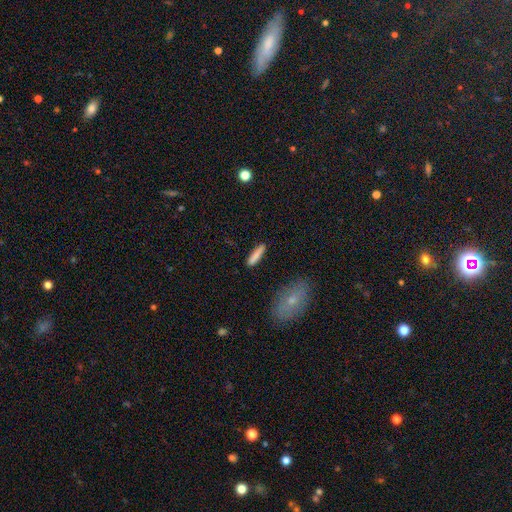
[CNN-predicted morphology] The model was most divided on "how rounded": cigar-shaped: 82%, in between: 16%, round: 2%. More confident: merging — none (88%); smooth or featured — smooth (84%).